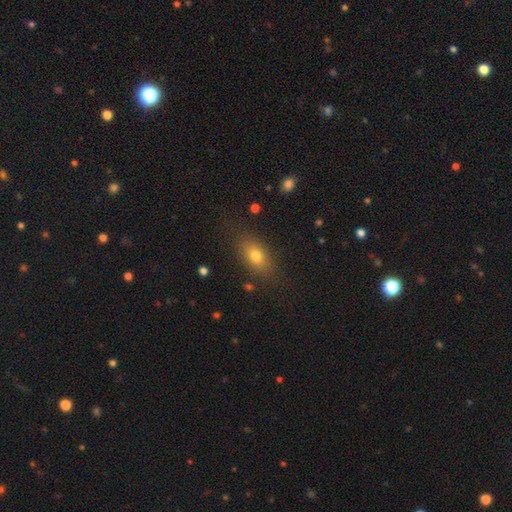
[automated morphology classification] A smooth galaxy with no disk features (75%) that is in between round and cigar-shaped (80%).

Vote fractions:
- Smooth or featured? smooth: 75% / featured or disk: 14% / star or artifact: 11%
- How rounded? in between: 80% / round: 14% / cigar-shaped: 6%
- Merging? none: 80% / minor disturbance: 13% / major disturbance: 5% / merger: 2%